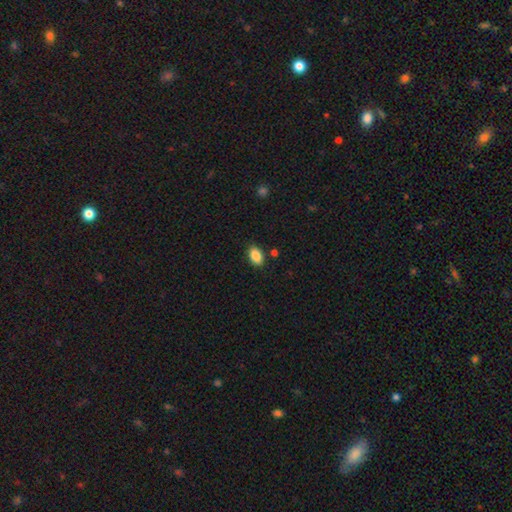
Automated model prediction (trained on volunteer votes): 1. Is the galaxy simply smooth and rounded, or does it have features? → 88% smooth, 8% star or artifact, 4% featured or disk.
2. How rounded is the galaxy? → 89% in between, 10% round, 1% cigar-shaped.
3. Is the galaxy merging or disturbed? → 85% none, 10% minor disturbance, 2% merger, 2% major disturbance.